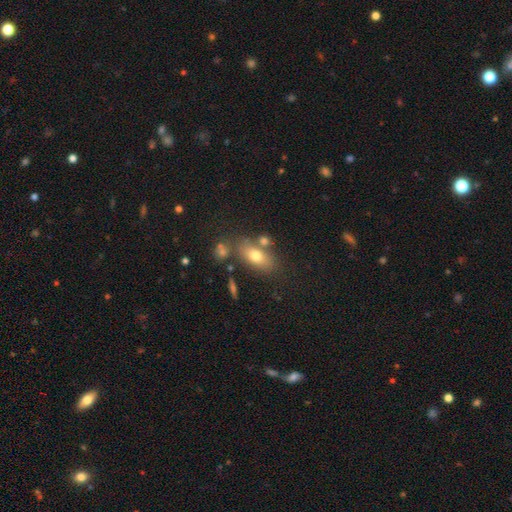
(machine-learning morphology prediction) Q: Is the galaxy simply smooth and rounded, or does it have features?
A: smooth — 71%.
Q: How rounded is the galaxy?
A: in between — 83%.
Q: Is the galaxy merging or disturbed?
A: none — 68%.